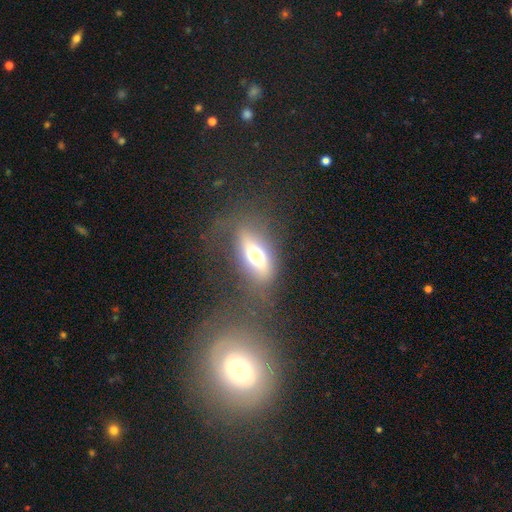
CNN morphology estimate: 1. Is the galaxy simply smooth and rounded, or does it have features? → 52% smooth, 36% featured or disk, 12% star or artifact.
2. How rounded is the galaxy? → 71% in between, 21% cigar-shaped, 9% round.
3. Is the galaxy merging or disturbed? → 60% none, 18% minor disturbance, 18% major disturbance, 4% merger.